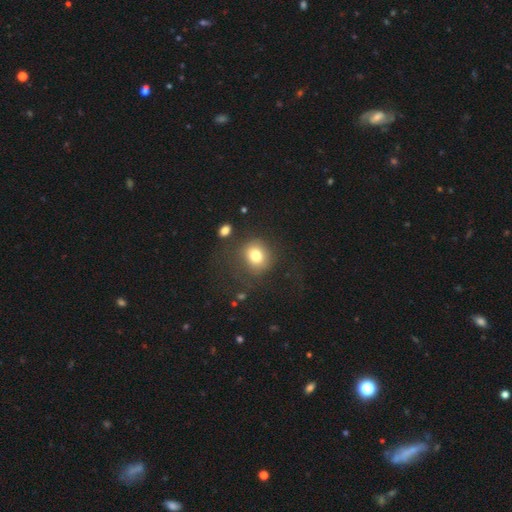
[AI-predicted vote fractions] A smooth galaxy with no disk features (77%) that is round (80%).

Vote fractions:
- Smooth or featured? smooth: 77% / star or artifact: 12% / featured or disk: 12%
- How rounded? round: 80% / in between: 19% / cigar-shaped: 1%
- Merging? none: 72% / minor disturbance: 14% / major disturbance: 10% / merger: 4%